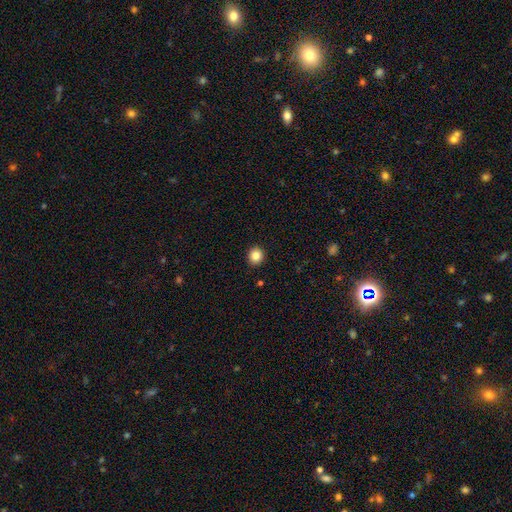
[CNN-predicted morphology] The model was most divided on "smooth or featured": smooth: 85%, star or artifact: 10%, featured or disk: 5%. More confident: merging — none (93%); how rounded — round (89%).